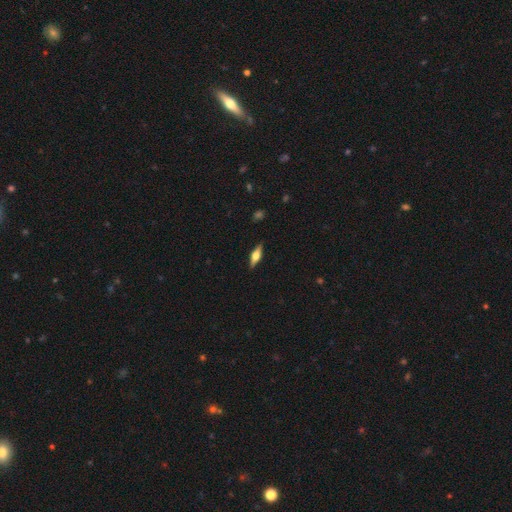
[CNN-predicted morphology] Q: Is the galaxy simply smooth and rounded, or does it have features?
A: featured or disk — 58%.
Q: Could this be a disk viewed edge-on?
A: yes — 95%.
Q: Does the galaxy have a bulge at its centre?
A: rounded — 89%.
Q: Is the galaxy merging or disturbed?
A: none — 88%.